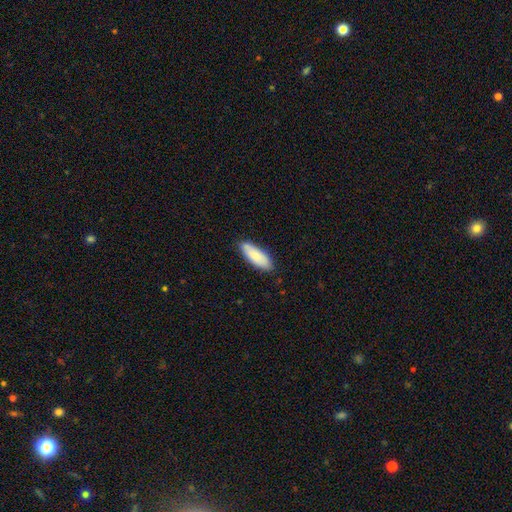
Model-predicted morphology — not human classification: Q: Smooth or featured?
A: smooth (84%); runner-up: featured or disk (11%)
Q: How rounded?
A: in between (68%); runner-up: cigar-shaped (30%)
Q: Merging?
A: none (83%); runner-up: minor disturbance (14%)